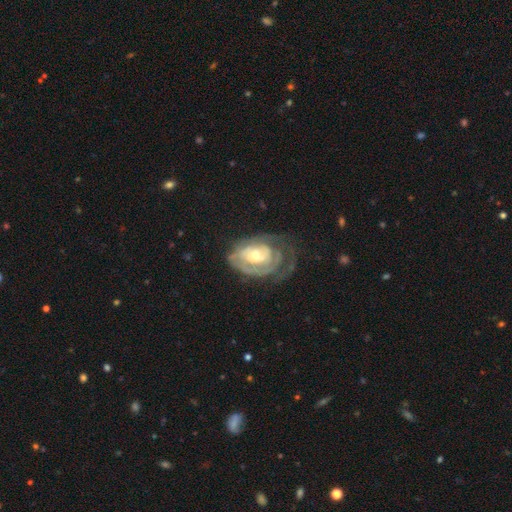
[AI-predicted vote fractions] Q: Smooth or featured?
A: featured or disk (79%); runner-up: smooth (15%)
Q: Edge-on disk?
A: no (96%); runner-up: yes (4%)
Q: Bar?
A: no (63%); runner-up: weak (29%)
Q: Spiral arms?
A: yes (84%); runner-up: no (16%)
Q: Spiral winding?
A: tight (67%); runner-up: medium (24%)
Q: Spiral arm count?
A: can't tell (43%); runner-up: 2 (25%)
Q: Bulge size?
A: moderate (57%); runner-up: small (34%)
Q: Merging?
A: none (47%); runner-up: major disturbance (26%)